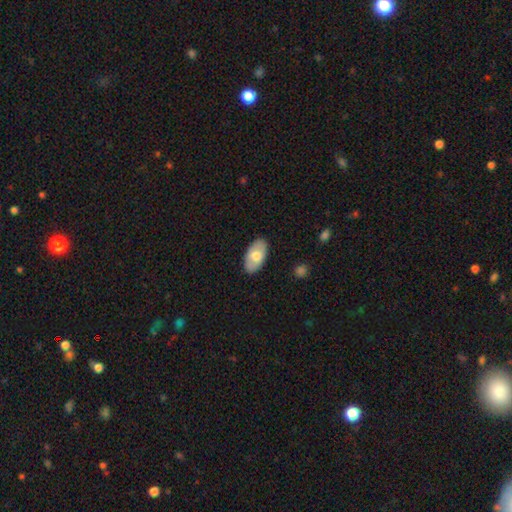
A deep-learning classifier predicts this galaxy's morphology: smooth 69%, featured or disk 26%, star or artifact 6%. Down the decision tree: how rounded — in between (95%); merging — none (87%).